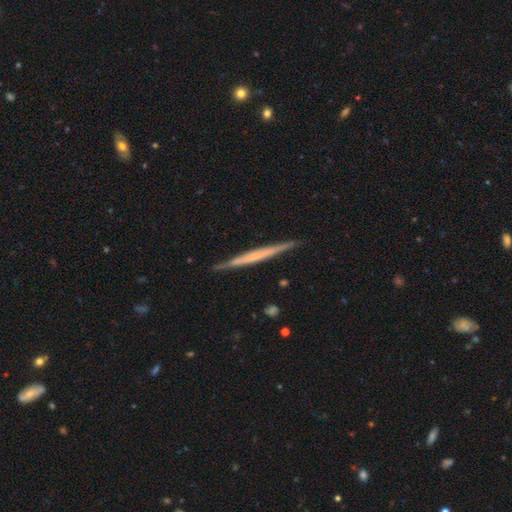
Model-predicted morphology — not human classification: Q: Smooth or featured?
A: featured or disk (58%); runner-up: smooth (37%)
Q: Edge-on disk?
A: yes (98%); runner-up: no (2%)
Q: Edge-on bulge?
A: none (83%); runner-up: rounded (10%)
Q: Merging?
A: none (90%); runner-up: minor disturbance (8%)